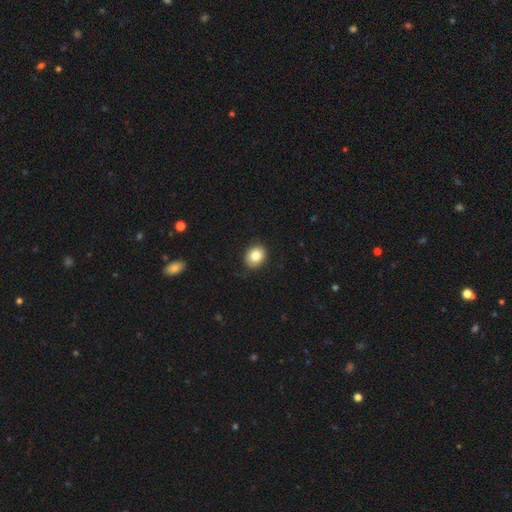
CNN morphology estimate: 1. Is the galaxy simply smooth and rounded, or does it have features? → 83% smooth, 9% star or artifact, 8% featured or disk.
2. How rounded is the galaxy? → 56% round, 43% in between, 1% cigar-shaped.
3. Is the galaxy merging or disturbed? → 88% none, 9% minor disturbance, 2% major disturbance, 1% merger.